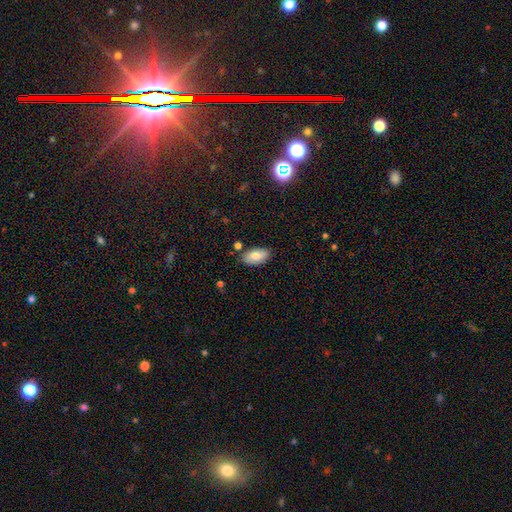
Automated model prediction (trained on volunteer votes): Smooth or featured?
  - smooth: 77% *
  - featured or disk: 16%
  - star or artifact: 7%
How rounded?
  - in between: 94% *
  - round: 3%
  - cigar-shaped: 3%
Merging?
  - none: 80% *
  - minor disturbance: 13%
  - merger: 4%
  - major disturbance: 2%